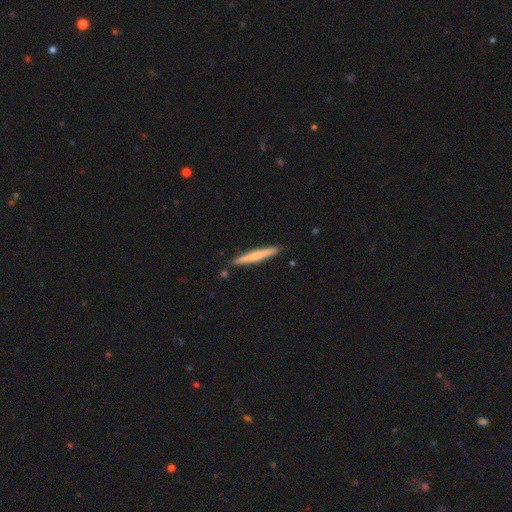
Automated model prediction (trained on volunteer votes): smooth_or_featured: smooth (p=0.58) [alt: featured or disk p=0.37]
how_rounded: cigar-shaped (p=0.96) [alt: in between p=0.03]
merging: none (p=0.88) [alt: minor disturbance p=0.08]